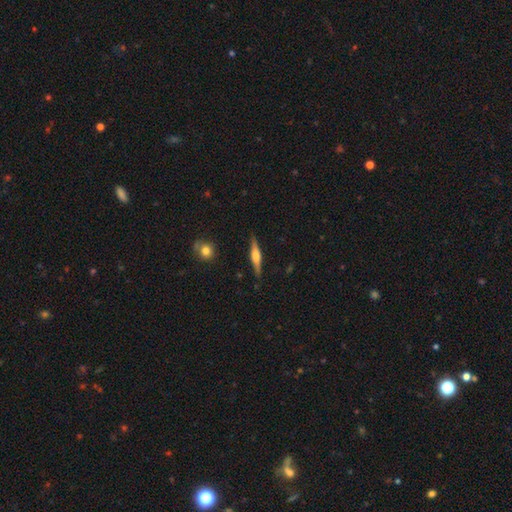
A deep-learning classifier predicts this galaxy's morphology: smooth_or_featured: featured or disk (p=0.63) [alt: smooth p=0.31]
disk_edge_on: yes (p=0.97) [alt: no p=0.03]
edge_on_bulge: rounded (p=0.83) [alt: boxy p=0.12]
merging: none (p=0.88) [alt: minor disturbance p=0.09]